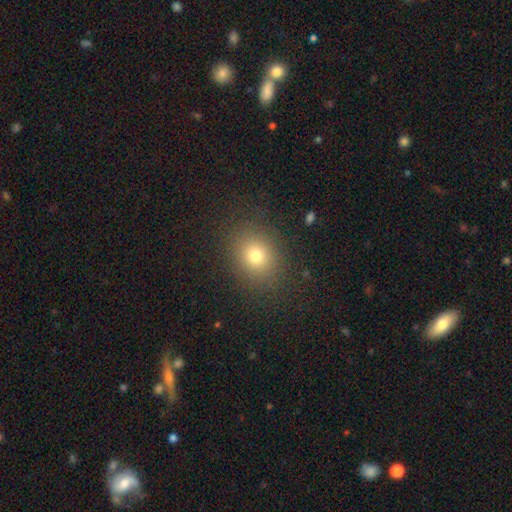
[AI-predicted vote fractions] A smooth galaxy with no disk features (75%) that is round (59%). Merging: none (87%).